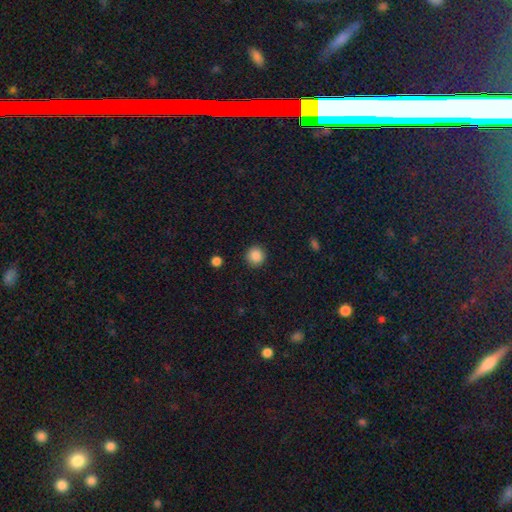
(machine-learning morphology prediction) type=smooth (87%); roundness=round (94%); merging=none (92%).